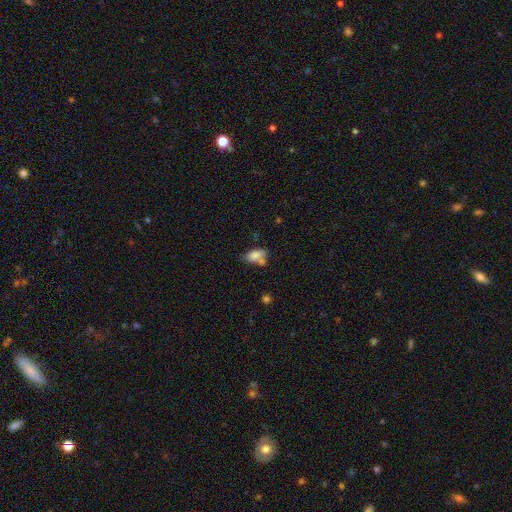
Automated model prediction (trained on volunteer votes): Q: Smooth or featured?
A: smooth (80%); runner-up: featured or disk (11%)
Q: How rounded?
A: in between (88%); runner-up: cigar-shaped (6%)
Q: Merging?
A: none (45%); runner-up: merger (26%)